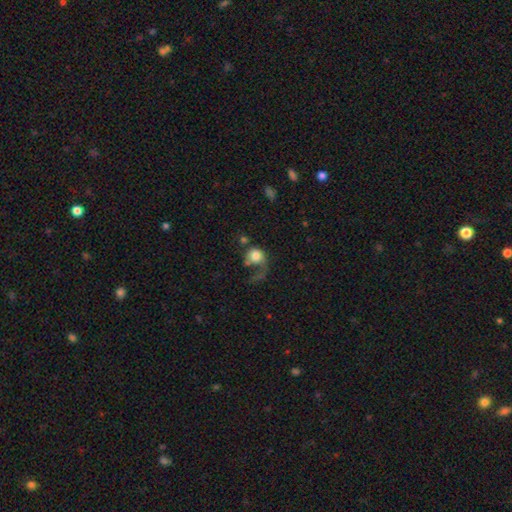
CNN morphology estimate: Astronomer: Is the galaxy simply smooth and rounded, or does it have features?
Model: smooth — 66%.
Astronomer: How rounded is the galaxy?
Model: round — 74%.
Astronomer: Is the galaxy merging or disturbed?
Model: major disturbance — 52%.